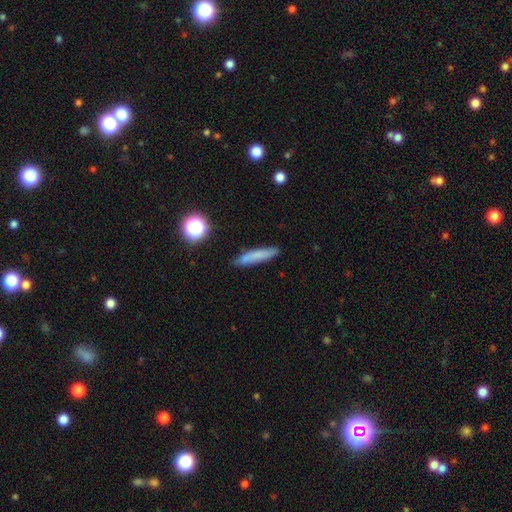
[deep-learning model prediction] The model was most divided on "smooth or featured": smooth: 72%, featured or disk: 18%, star or artifact: 10%. More confident: how rounded — cigar-shaped (89%); merging — none (84%).